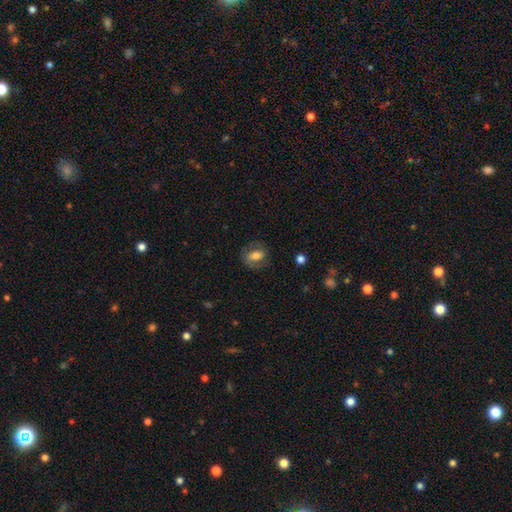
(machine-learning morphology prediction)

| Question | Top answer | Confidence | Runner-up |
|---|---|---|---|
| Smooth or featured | smooth | 57% | featured or disk (35%) |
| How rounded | in between | 73% | round (24%) |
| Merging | none | 70% | minor disturbance (18%) |